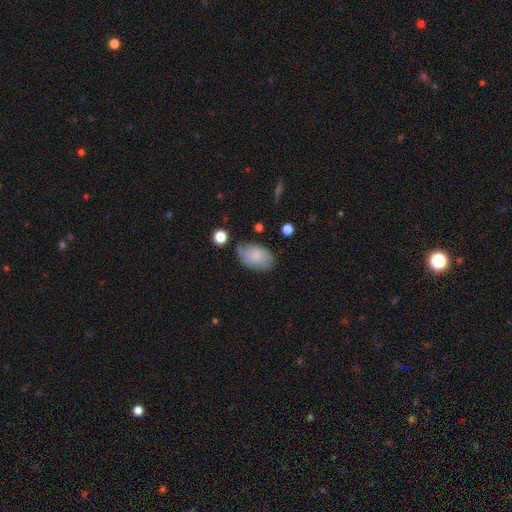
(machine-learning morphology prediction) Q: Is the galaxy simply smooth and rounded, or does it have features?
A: smooth — 72%.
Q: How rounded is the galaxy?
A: in between — 91%.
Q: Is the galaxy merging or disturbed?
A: none — 64%.